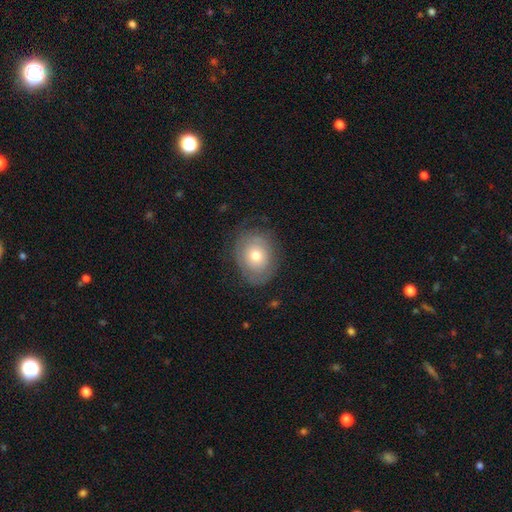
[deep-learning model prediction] Morphology: type=smooth (53%); roundness=in between (54%); merging=none (73%).